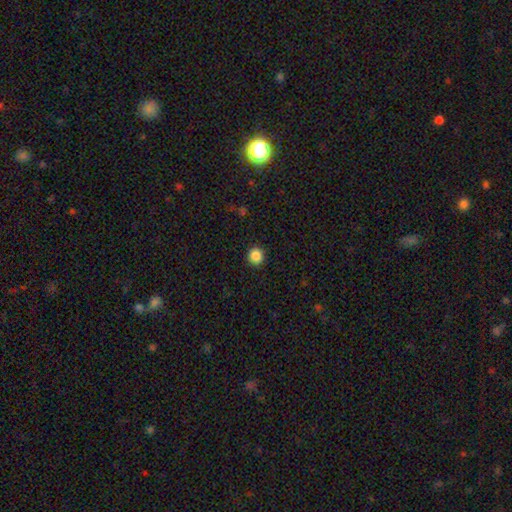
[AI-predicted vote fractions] A smooth galaxy with no disk features (87%) that is round (92%). Merging: none (91%).